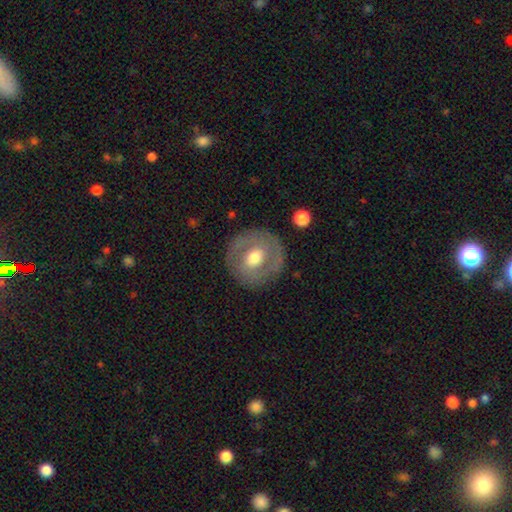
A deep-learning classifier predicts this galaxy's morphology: Smooth or featured?
  - featured or disk: 57% *
  - smooth: 30%
  - star or artifact: 13%
Edge-on disk?
  - no: 93% *
  - yes: 7%
Bar?
  - no: 65% *
  - weak: 24%
  - strong: 11%
Spiral arms?
  - no: 60% *
  - yes: 40%
Bulge size?
  - moderate: 72% *
  - small: 18%
  - large: 7%
  - dominant: 1%
  - none: 1%
Merging?
  - none: 84% *
  - minor disturbance: 10%
  - major disturbance: 4%
  - merger: 2%